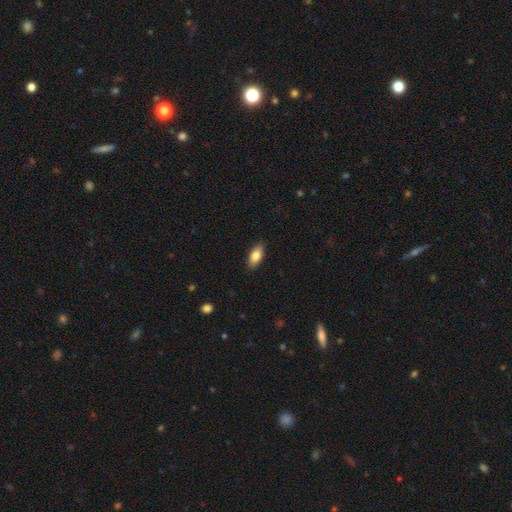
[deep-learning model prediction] Smooth or featured? smooth (81%)
How rounded? in between (86%)
Merging? none (88%)